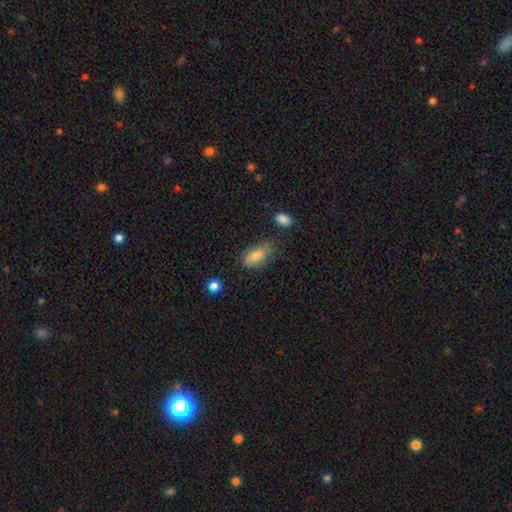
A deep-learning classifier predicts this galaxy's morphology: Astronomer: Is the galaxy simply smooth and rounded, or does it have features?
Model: smooth — 81%.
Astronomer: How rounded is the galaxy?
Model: in between — 86%.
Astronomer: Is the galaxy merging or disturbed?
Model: none — 64%.